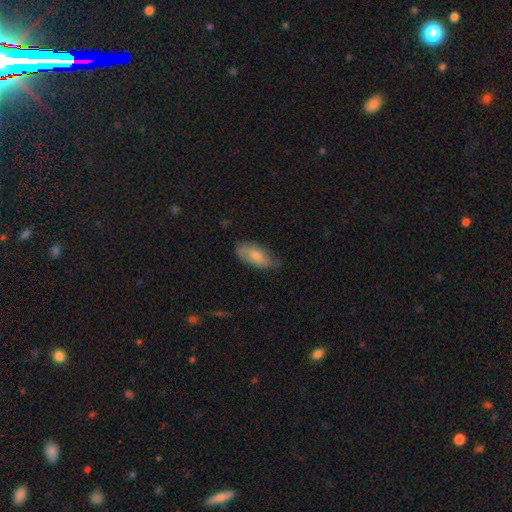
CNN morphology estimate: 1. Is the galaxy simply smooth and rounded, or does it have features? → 71% smooth, 23% featured or disk, 6% star or artifact.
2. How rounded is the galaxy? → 90% in between, 7% cigar-shaped, 3% round.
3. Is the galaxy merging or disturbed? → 64% none, 29% minor disturbance, 6% major disturbance, 1% merger.